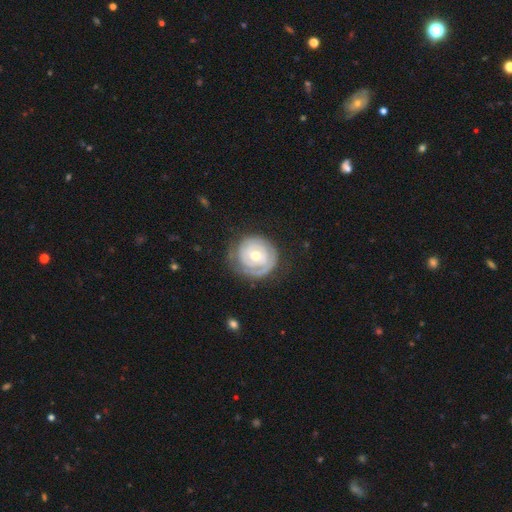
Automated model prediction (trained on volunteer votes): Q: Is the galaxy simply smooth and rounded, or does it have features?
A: featured or disk — 75%.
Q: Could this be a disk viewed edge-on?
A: no — 97%.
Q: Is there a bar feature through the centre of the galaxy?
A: no — 70%.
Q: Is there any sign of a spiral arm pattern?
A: yes — 82%.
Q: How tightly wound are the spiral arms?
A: tight — 82%.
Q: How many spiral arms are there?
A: can't tell — 34%.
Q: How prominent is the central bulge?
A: moderate — 58%.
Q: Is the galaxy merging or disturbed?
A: none — 72%.